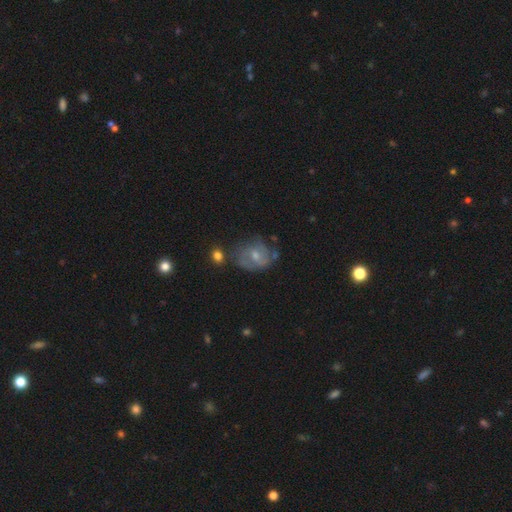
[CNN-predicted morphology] The model was most divided on "smooth or featured": featured or disk: 49%, smooth: 42%, star or artifact: 9%. Remaining: merging — none (48%).